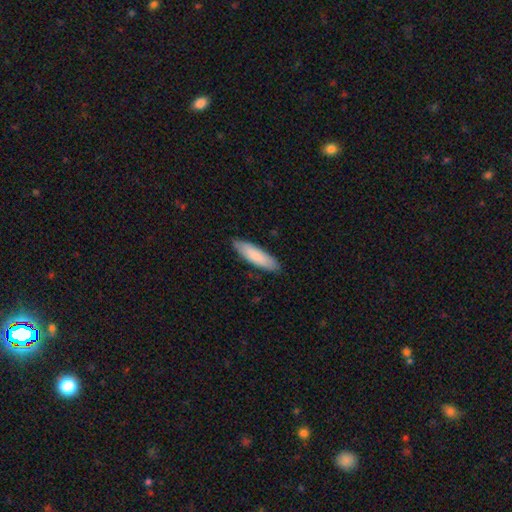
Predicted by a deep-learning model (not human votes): Smooth or featured: smooth — 81% (featured or disk — 14%)
How rounded: cigar-shaped — 57% (in between — 42%)
Merging: none — 86% (minor disturbance — 12%)